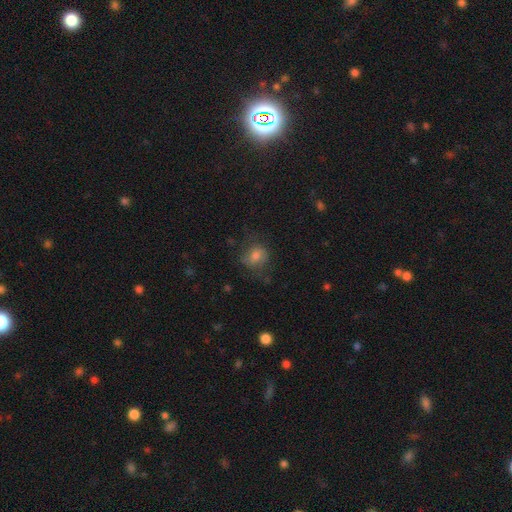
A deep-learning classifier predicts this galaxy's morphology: Q: Smooth or featured?
A: smooth (66%); runner-up: featured or disk (22%)
Q: How rounded?
A: round (64%); runner-up: in between (35%)
Q: Merging?
A: none (63%); runner-up: minor disturbance (22%)